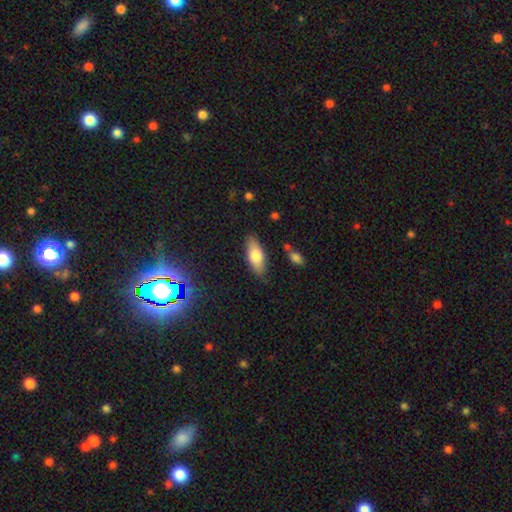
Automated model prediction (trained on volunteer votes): smooth-or-featured: smooth: 73% | featured or disk: 20% | star or artifact: 7%
  how-rounded: in between: 78% | cigar-shaped: 19% | round: 3%
  merging: none: 83% | minor disturbance: 12% | major disturbance: 3% | merger: 2%